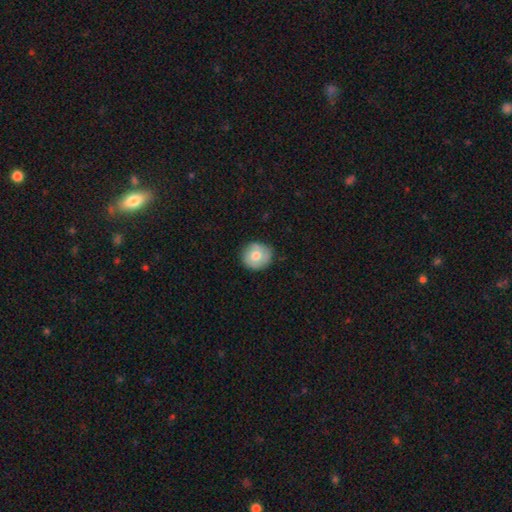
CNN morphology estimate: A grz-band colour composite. It shows a smooth galaxy with no disk features (69%) that is round (90%). Merging: none (83%).